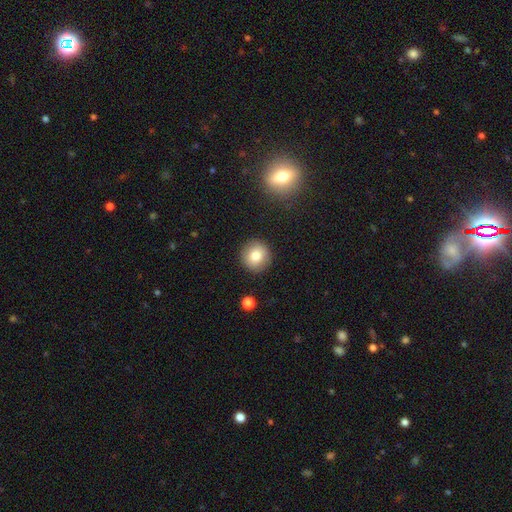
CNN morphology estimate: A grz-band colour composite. It shows a smooth galaxy with no disk features (80%) that is round (94%). Merging: none (90%).